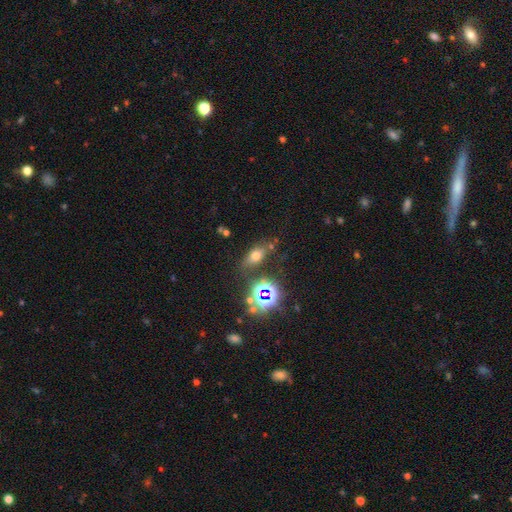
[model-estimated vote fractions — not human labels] A smooth galaxy with no disk features (57%) that is in between round and cigar-shaped (71%).

Vote fractions:
- Smooth or featured? smooth: 57% / star or artifact: 27% / featured or disk: 16%
- How rounded? in between: 71% / round: 17% / cigar-shaped: 11%
- Merging? none: 72% / minor disturbance: 15% / merger: 7% / major disturbance: 6%